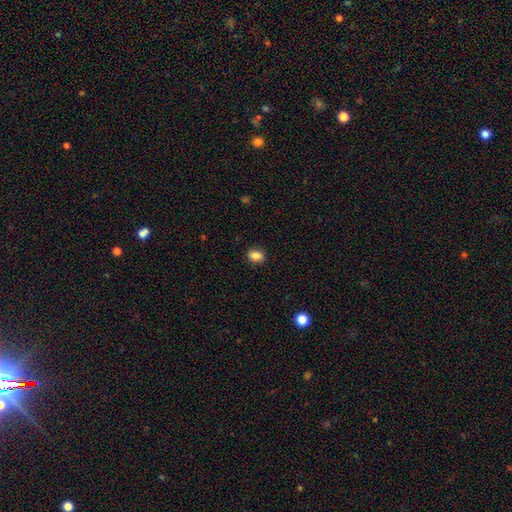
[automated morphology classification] This is clearly a smooth galaxy (84%). How rounded: likely in between (64%). Merging: clearly none (85%).